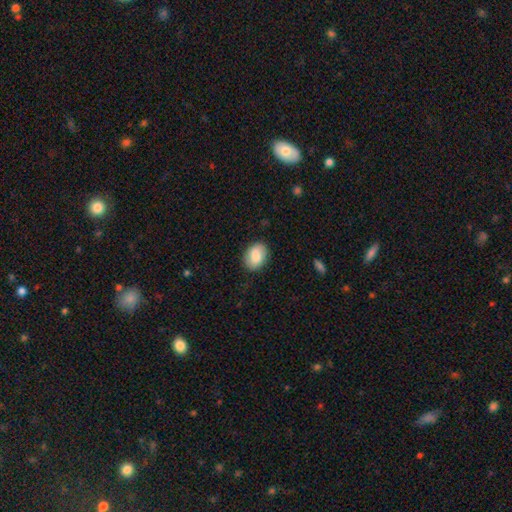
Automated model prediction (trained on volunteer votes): This is clearly a smooth galaxy (81%). How rounded: likely in between (74%). Merging: clearly none (85%).